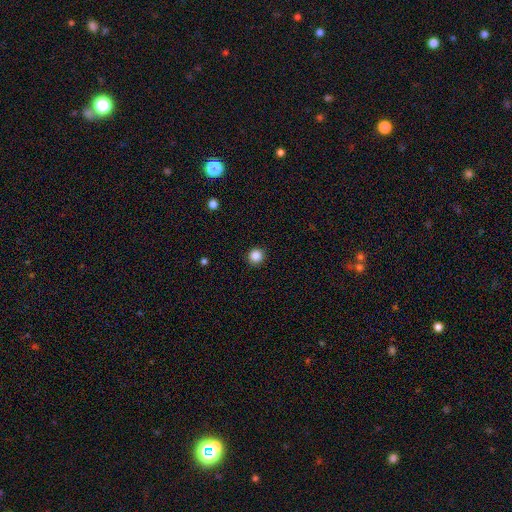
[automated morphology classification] smooth-or-featured: smooth: 87% | star or artifact: 10% | featured or disk: 3%
  how-rounded: round: 94% | in between: 5% | cigar-shaped: 1%
  merging: none: 92% | minor disturbance: 5% | major disturbance: 2% | merger: 1%